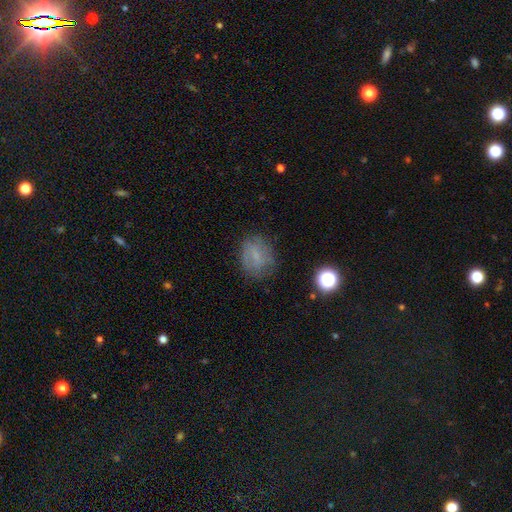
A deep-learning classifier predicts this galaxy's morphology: This appears to be a smooth galaxy with no disk features (52%) that is round (58%). Merging: none (70%).